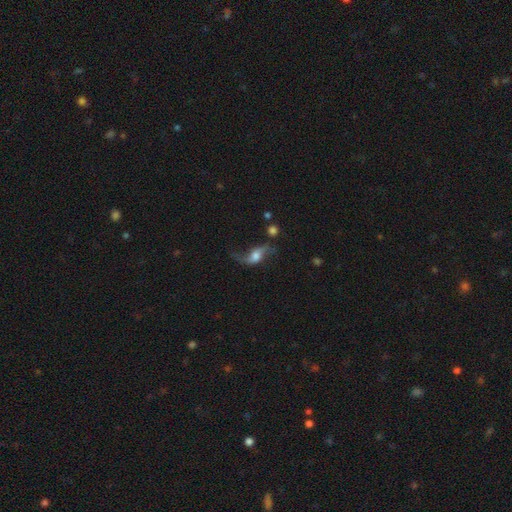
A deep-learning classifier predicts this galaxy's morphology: This appears to be a featured or disk galaxy (79%) with no bar (50%), 2 (91%) loose (91%) spiral arms (94%) and a moderate central bulge (46%). Merging: none (61%).